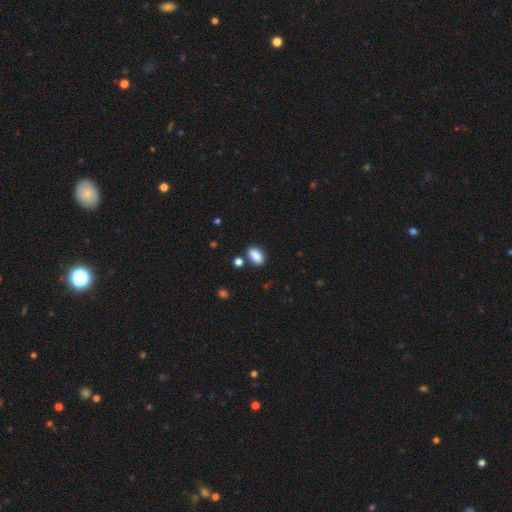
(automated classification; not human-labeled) Smooth or featured?
  - smooth: 88% *
  - star or artifact: 8%
  - featured or disk: 4%
How rounded?
  - in between: 91% *
  - round: 7%
  - cigar-shaped: 2%
Merging?
  - none: 81% *
  - minor disturbance: 11%
  - merger: 6%
  - major disturbance: 3%